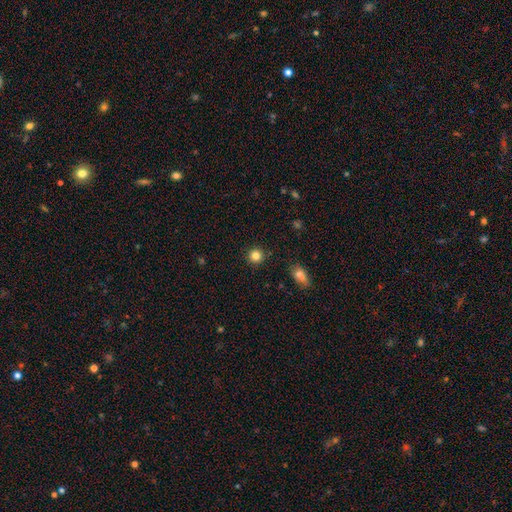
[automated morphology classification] Smooth or featured? Predicted: smooth (p=0.84). How rounded? Predicted: round (p=0.94). Merging? Predicted: none (p=0.91).